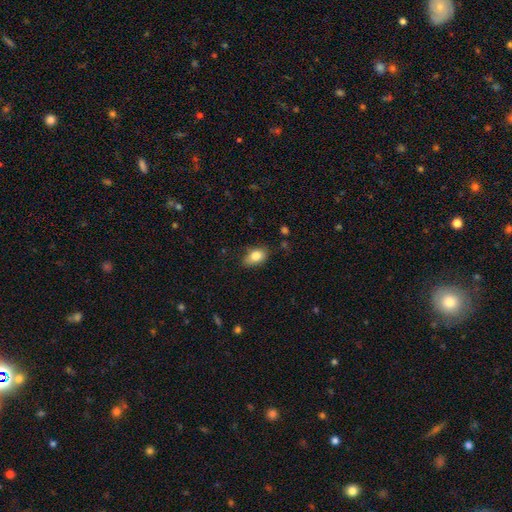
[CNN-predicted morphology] smooth 81%, featured or disk 11%, star or artifact 8%. Down the decision tree: how rounded — in between (85%); merging — none (72%).